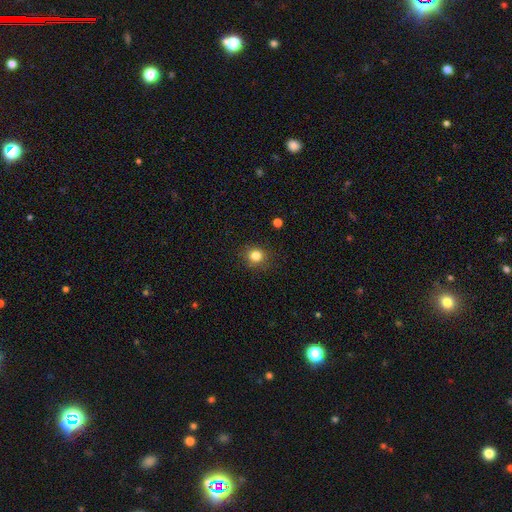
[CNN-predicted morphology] Q: Smooth or featured?
A: smooth (83%); runner-up: star or artifact (12%)
Q: How rounded?
A: round (87%); runner-up: in between (12%)
Q: Merging?
A: none (88%); runner-up: minor disturbance (8%)